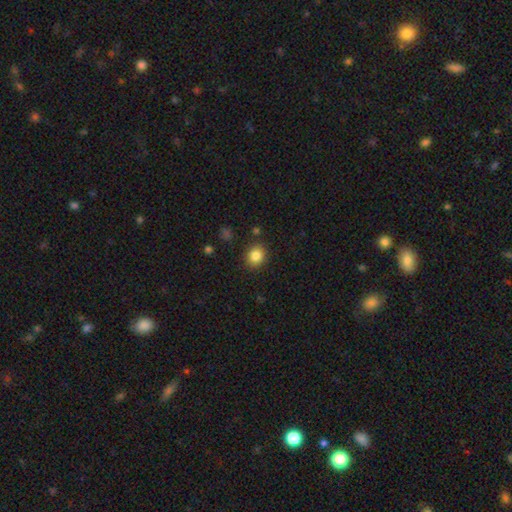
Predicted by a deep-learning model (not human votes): A smooth galaxy with no disk features (84%) that is round (73%). Merging: none (88%).